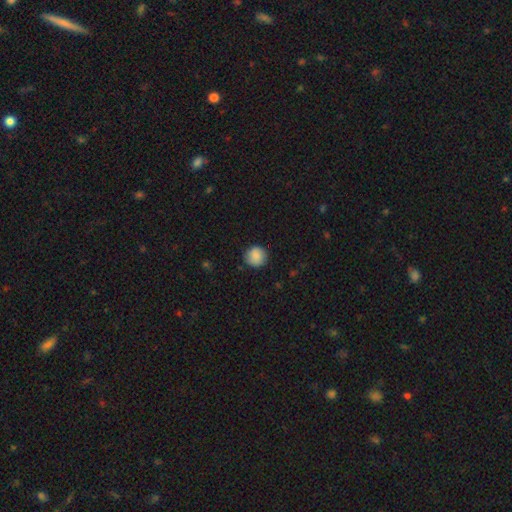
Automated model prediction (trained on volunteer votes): This is clearly a smooth galaxy (84%). How rounded: clearly round (92%). Merging: clearly none (86%).